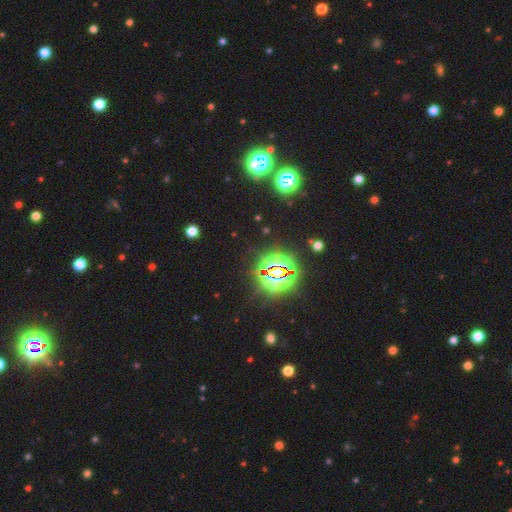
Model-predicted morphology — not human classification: type=star or artifact (81%).